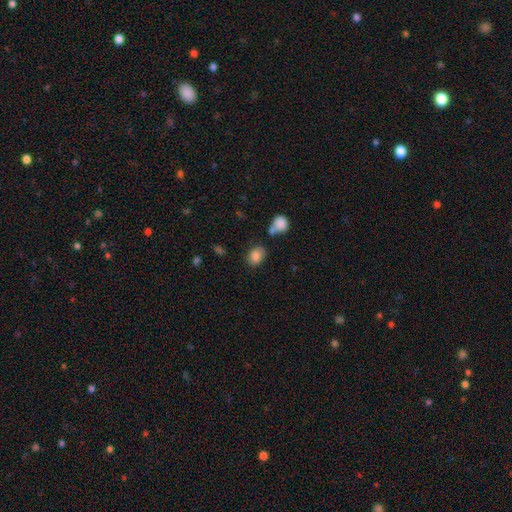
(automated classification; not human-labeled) A smooth galaxy with no disk features (83%) that is in between round and cigar-shaped (59%). Merging: none (66%).